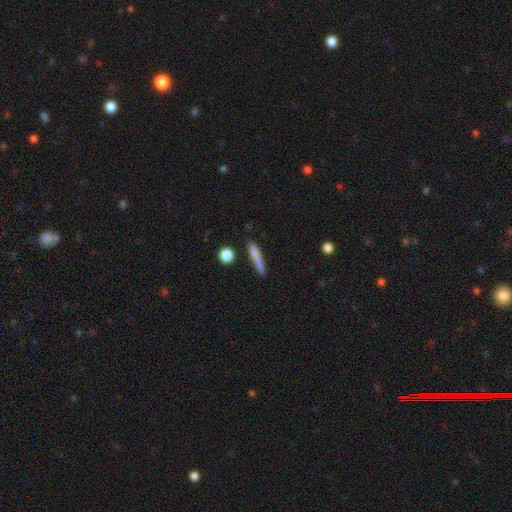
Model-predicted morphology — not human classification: Smooth or featured?
  - smooth: 76% *
  - featured or disk: 16%
  - star or artifact: 8%
How rounded?
  - cigar-shaped: 90% *
  - in between: 7%
  - round: 3%
Merging?
  - none: 73% *
  - minor disturbance: 18%
  - merger: 5%
  - major disturbance: 5%